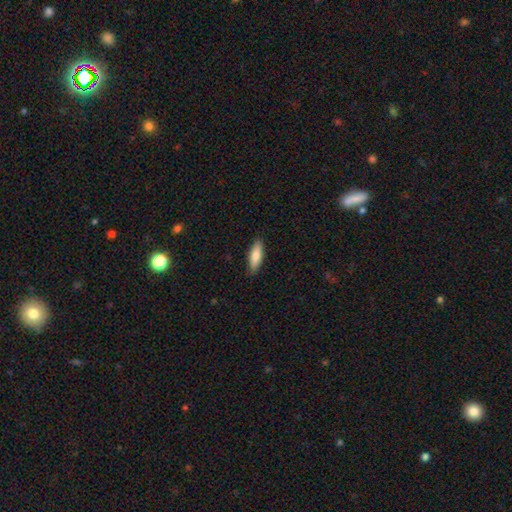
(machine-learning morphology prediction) Smooth or featured?
  - smooth: 80% *
  - featured or disk: 15%
  - star or artifact: 6%
How rounded?
  - in between: 52% *
  - cigar-shaped: 46%
  - round: 2%
Merging?
  - none: 88% *
  - minor disturbance: 9%
  - major disturbance: 2%
  - merger: 1%